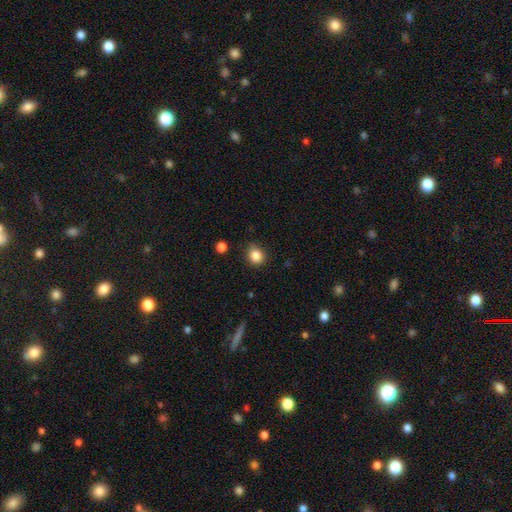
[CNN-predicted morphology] smooth-or-featured: smooth: 85% | star or artifact: 11% | featured or disk: 4%
  how-rounded: round: 73% | in between: 26% | cigar-shaped: 1%
  merging: none: 80% | minor disturbance: 15% | major disturbance: 3% | merger: 2%